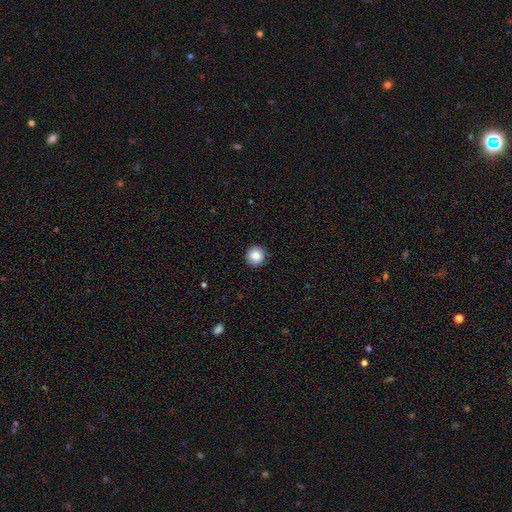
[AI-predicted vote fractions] The model was most divided on "smooth or featured": smooth: 88%, star or artifact: 9%, featured or disk: 3%. More confident: how rounded — round (95%); merging — none (91%).